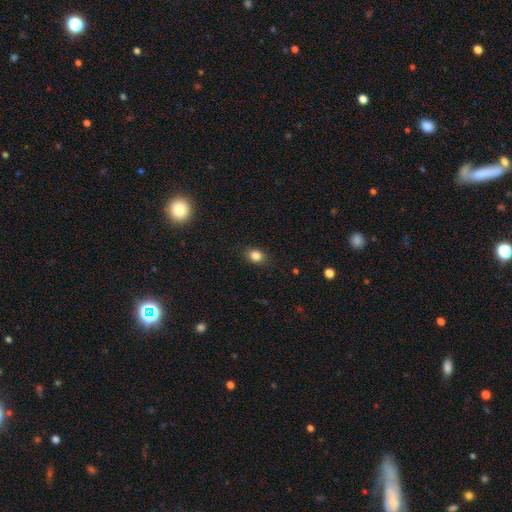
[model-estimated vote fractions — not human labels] Smooth or featured? Predicted: smooth (p=0.84). How rounded? Predicted: in between (p=0.53). Merging? Predicted: none (p=0.87).